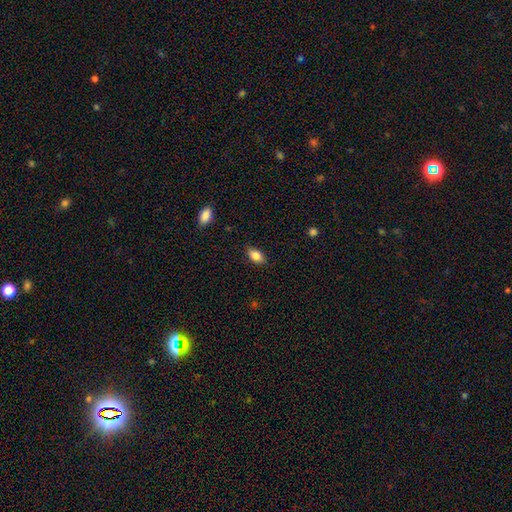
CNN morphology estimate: A smooth galaxy with no disk features (85%) that is in between round and cigar-shaped (89%). Merging: none (85%).